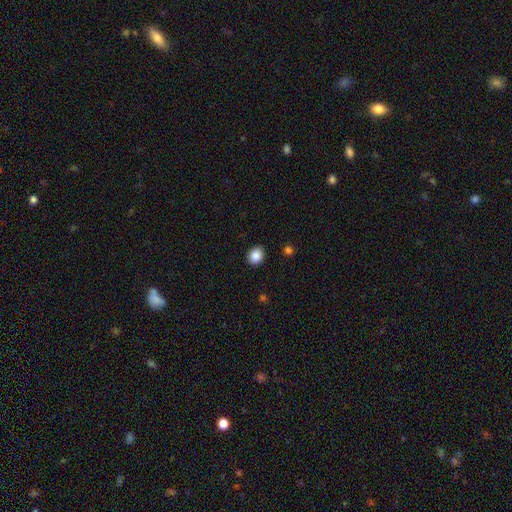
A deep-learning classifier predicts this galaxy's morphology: smooth_or_featured: smooth (p=0.88) [alt: star or artifact p=0.09]
how_rounded: round (p=0.55) [alt: in between p=0.44]
merging: none (p=0.89) [alt: minor disturbance p=0.08]